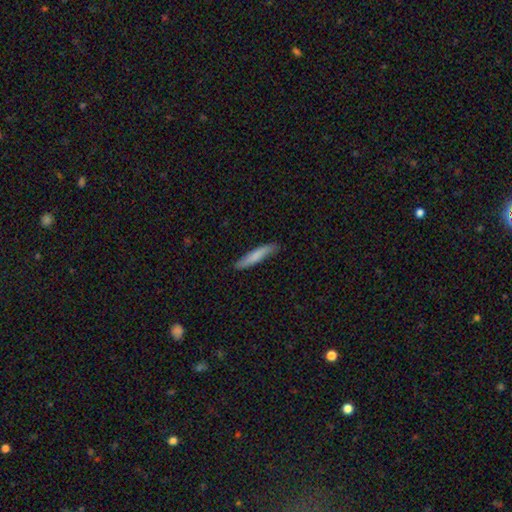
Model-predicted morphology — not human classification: smooth 78%, featured or disk 17%, star or artifact 5%. Down the decision tree: how rounded — cigar-shaped (90%); merging — none (85%).